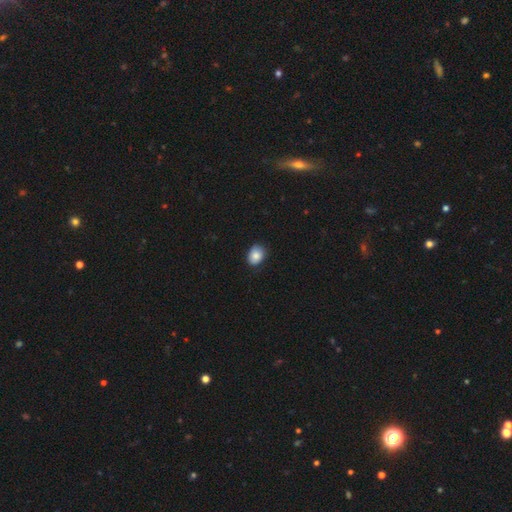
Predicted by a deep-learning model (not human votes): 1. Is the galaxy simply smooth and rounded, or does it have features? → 83% smooth, 8% star or artifact, 8% featured or disk.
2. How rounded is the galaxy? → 60% in between, 39% round, 1% cigar-shaped.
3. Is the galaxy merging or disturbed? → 79% none, 17% minor disturbance, 3% major disturbance, 1% merger.